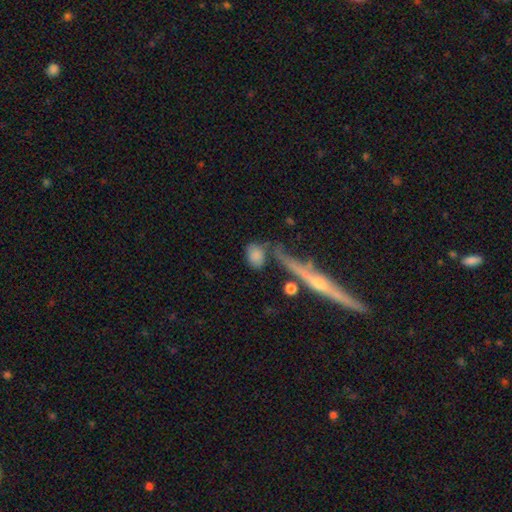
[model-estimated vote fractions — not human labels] Q: Smooth or featured?
A: smooth (78%); runner-up: featured or disk (14%)
Q: How rounded?
A: in between (63%); runner-up: round (29%)
Q: Merging?
A: none (51%); runner-up: minor disturbance (19%)